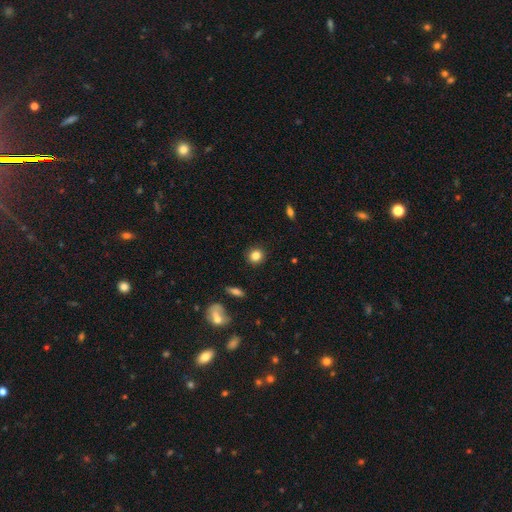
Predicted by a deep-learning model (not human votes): The model was most divided on "smooth or featured": smooth: 84%, star or artifact: 10%, featured or disk: 6%. More confident: merging — none (91%); how rounded — round (89%).